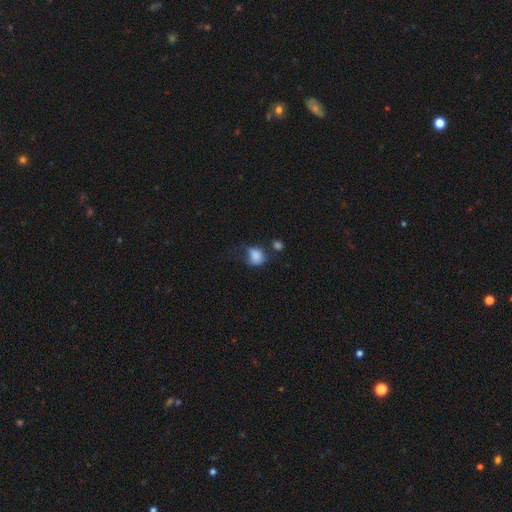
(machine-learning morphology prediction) A smooth galaxy with no disk features (80%) that is in between round and cigar-shaped (52%). Merging: minor disturbance (30%).